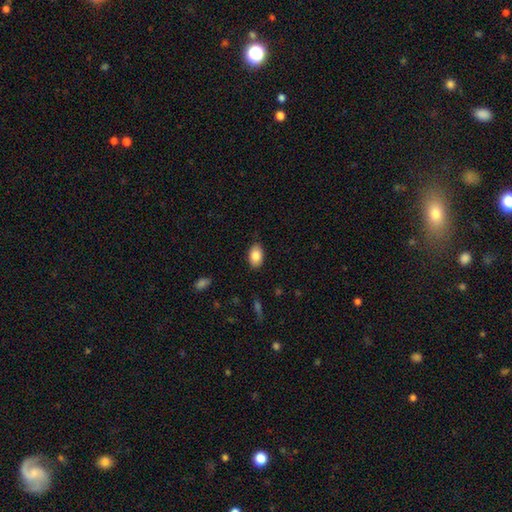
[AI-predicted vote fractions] Smooth or featured? Predicted: smooth (p=0.85). How rounded? Predicted: in between (p=0.90). Merging? Predicted: none (p=0.85).